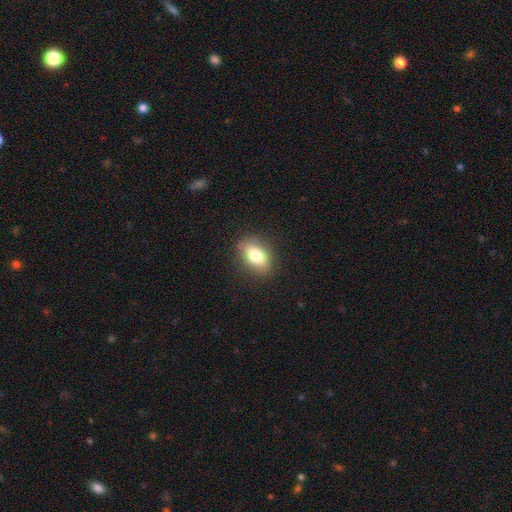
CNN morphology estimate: Q: Smooth or featured?
A: smooth (79%); runner-up: featured or disk (13%)
Q: How rounded?
A: in between (82%); runner-up: round (14%)
Q: Merging?
A: none (85%); runner-up: minor disturbance (11%)